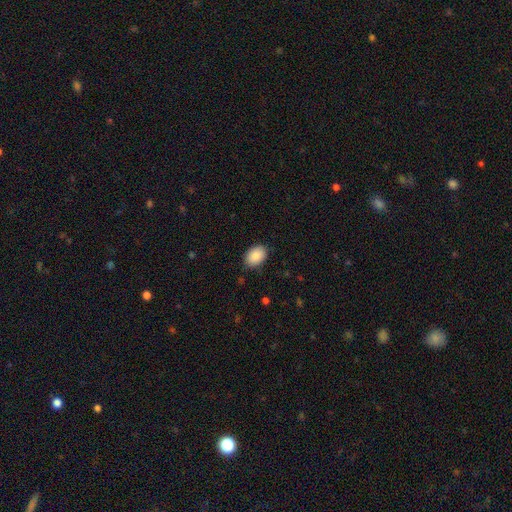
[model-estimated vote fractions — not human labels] smooth-or-featured: smooth: 88% | star or artifact: 7% | featured or disk: 5%
  how-rounded: in between: 80% | round: 19% | cigar-shaped: 1%
  merging: none: 85% | minor disturbance: 11% | major disturbance: 2% | merger: 1%